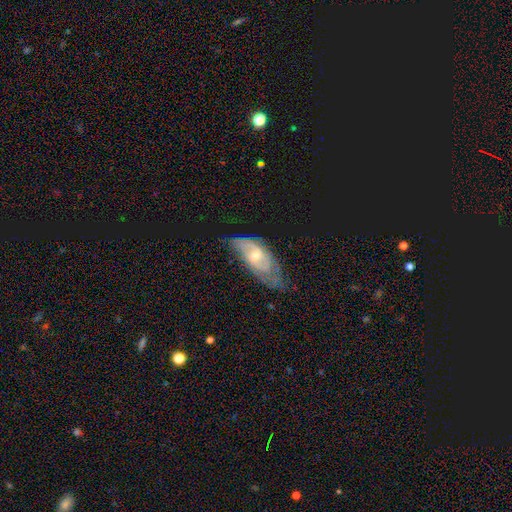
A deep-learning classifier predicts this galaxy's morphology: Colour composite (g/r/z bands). It shows a featured or disk galaxy (73%) with no bar (58%), 2 (51%) medium (41%, tied with tight) spiral arms (87%) and a small central bulge (51%). Merging: none (51%).